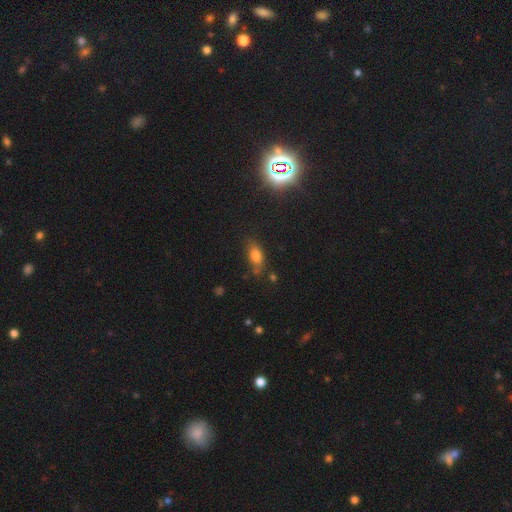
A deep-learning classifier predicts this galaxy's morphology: Smooth or featured? Predicted: smooth (p=0.74). How rounded? Predicted: in between (p=0.80). Merging? Predicted: none (p=0.68).